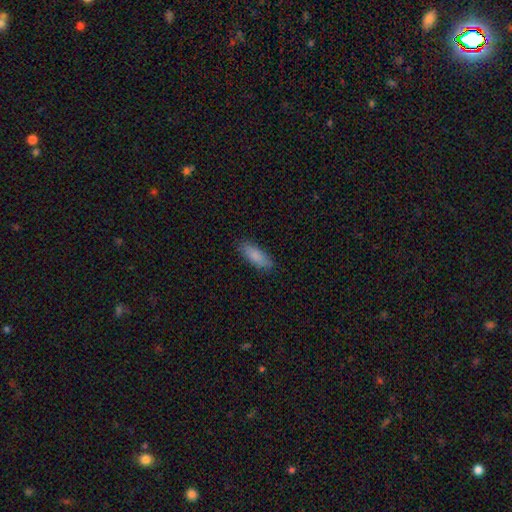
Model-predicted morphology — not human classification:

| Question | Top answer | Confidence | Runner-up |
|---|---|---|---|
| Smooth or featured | smooth | 87% | featured or disk (7%) |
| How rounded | in between | 61% | cigar-shaped (37%) |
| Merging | none | 86% | minor disturbance (11%) |